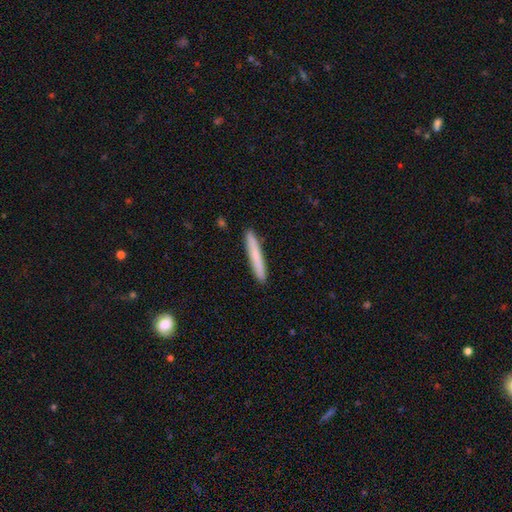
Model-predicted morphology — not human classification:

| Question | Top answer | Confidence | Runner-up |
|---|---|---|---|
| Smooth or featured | smooth | 73% | featured or disk (21%) |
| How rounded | cigar-shaped | 96% | in between (3%) |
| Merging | none | 92% | minor disturbance (6%) |